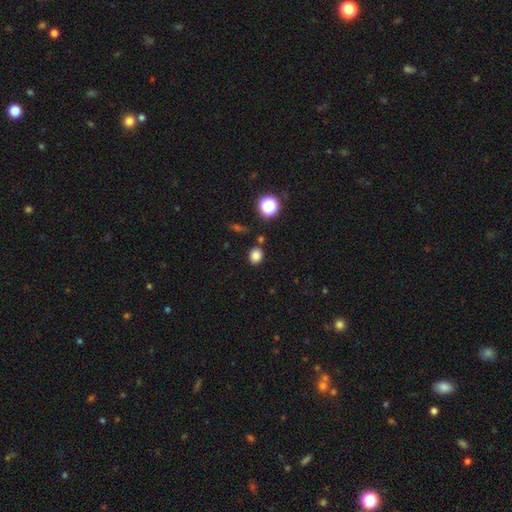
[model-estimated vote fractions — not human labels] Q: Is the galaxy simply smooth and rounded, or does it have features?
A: smooth — 81%.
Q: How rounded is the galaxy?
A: round — 67%.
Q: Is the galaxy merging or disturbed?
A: none — 82%.